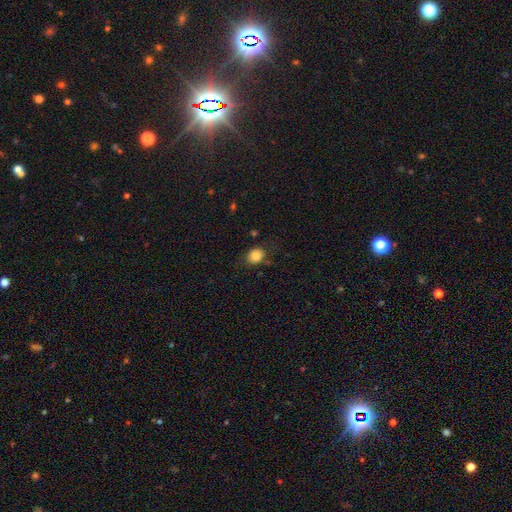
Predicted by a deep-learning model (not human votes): This appears to be a smooth galaxy with no disk features (83%) that is round (55%). Merging: none (76%).